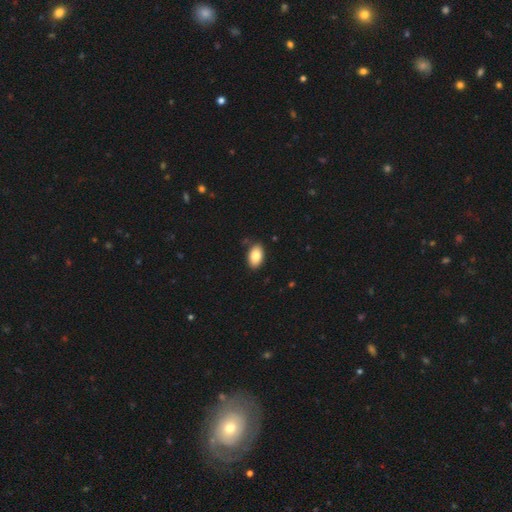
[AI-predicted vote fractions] Overall: smooth (82%). How rounded: in between (92%). Merging: none (85%).